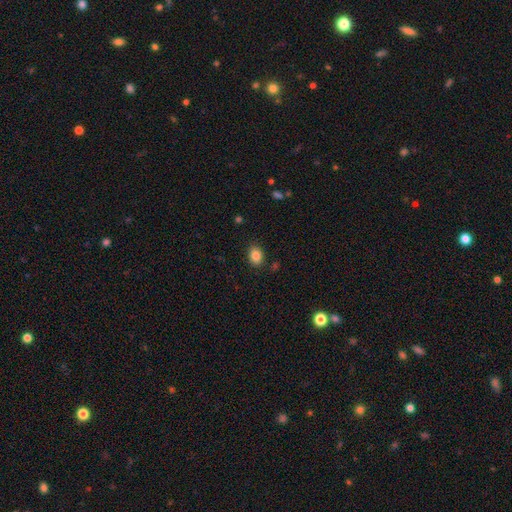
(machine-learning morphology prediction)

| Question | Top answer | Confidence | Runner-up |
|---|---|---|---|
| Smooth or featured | smooth | 85% | star or artifact (9%) |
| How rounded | in between | 66% | round (33%) |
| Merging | none | 86% | minor disturbance (10%) |